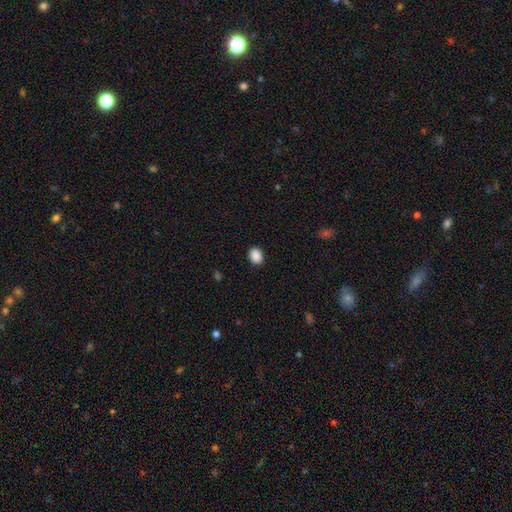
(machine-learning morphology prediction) Smooth or featured? smooth (89%)
How rounded? in between (55%)
Merging? none (90%)